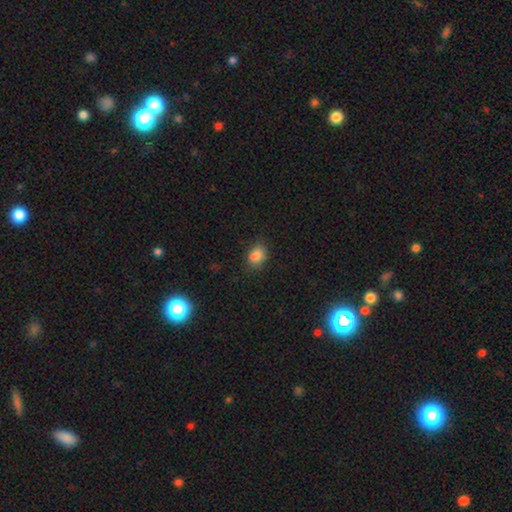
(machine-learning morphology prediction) Smooth or featured: smooth — 82% (star or artifact — 12%)
How rounded: in between — 64% (round — 34%)
Merging: none — 73% (minor disturbance — 19%)